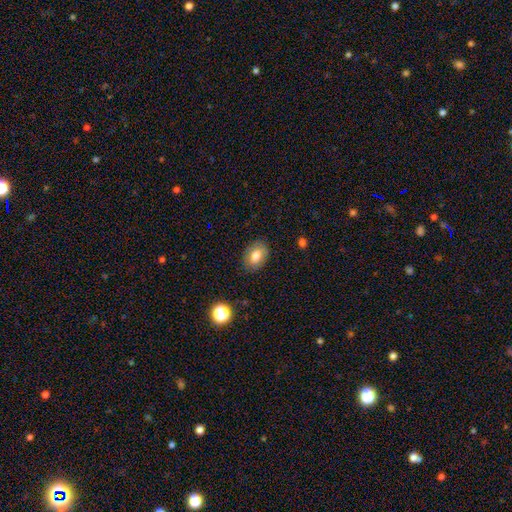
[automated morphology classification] This appears to be a smooth galaxy with no disk features (77%) that is in between round and cigar-shaped (79%). Merging: none (84%).